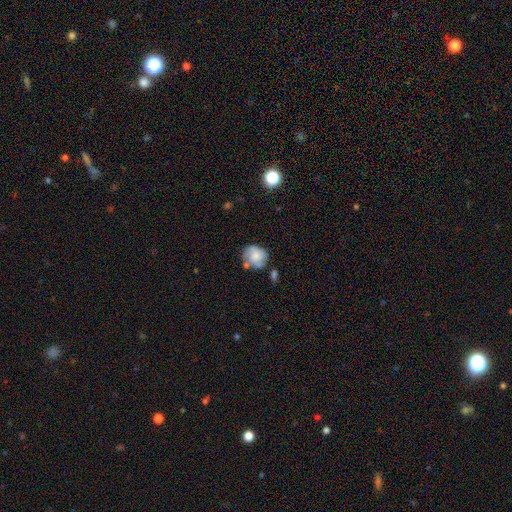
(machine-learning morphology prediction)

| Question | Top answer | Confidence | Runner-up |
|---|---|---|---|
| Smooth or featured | smooth | 60% | featured or disk (31%) |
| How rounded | round | 72% | in between (27%) |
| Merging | none | 53% | minor disturbance (25%) |